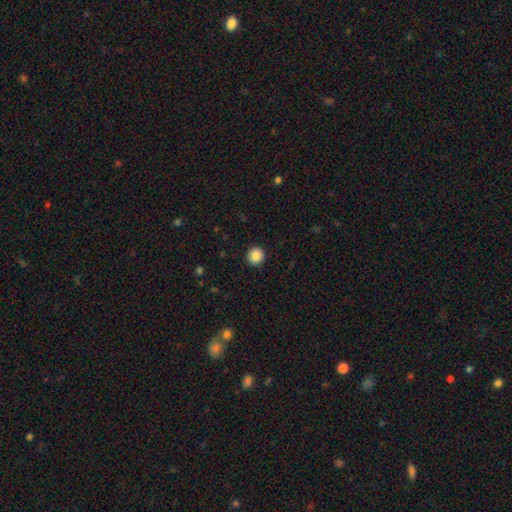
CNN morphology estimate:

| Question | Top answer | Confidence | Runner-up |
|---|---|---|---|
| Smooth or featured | smooth | 87% | star or artifact (9%) |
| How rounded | round | 92% | in between (7%) |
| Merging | none | 92% | minor disturbance (5%) |